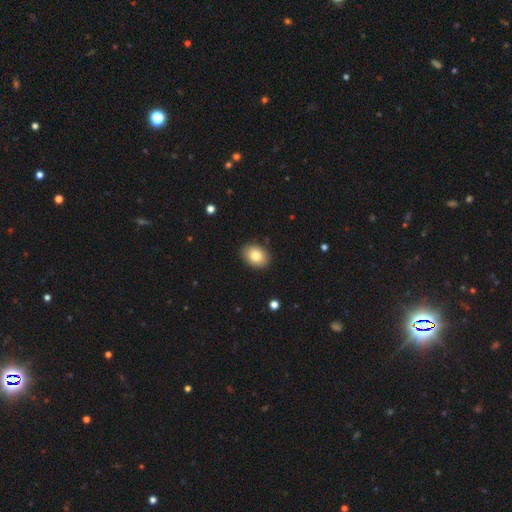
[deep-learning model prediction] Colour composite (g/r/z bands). It shows a smooth galaxy with no disk features (82%) that is in between round and cigar-shaped (64%). Merging: none (88%).